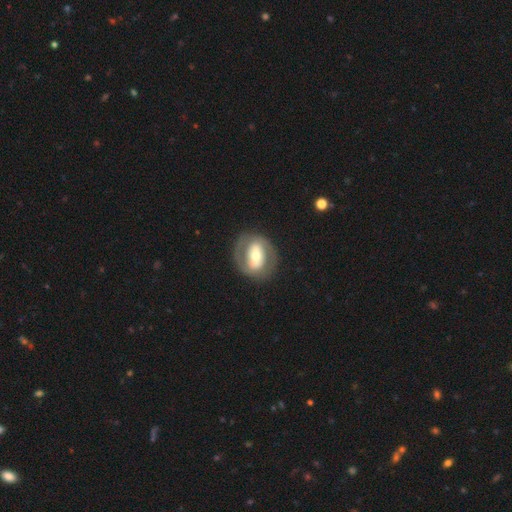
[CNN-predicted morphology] type=featured or disk (68%); edge-on=no (95%); bar=strong (48%); spiral arms=yes (56%); bulge=moderate (57%); merging=none (81%).